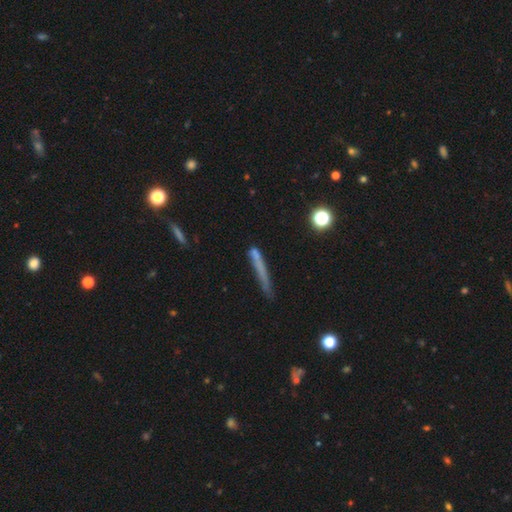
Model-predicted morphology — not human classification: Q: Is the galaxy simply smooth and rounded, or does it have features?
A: smooth — 59%.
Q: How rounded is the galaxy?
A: cigar-shaped — 93%.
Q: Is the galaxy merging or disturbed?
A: none — 61%.